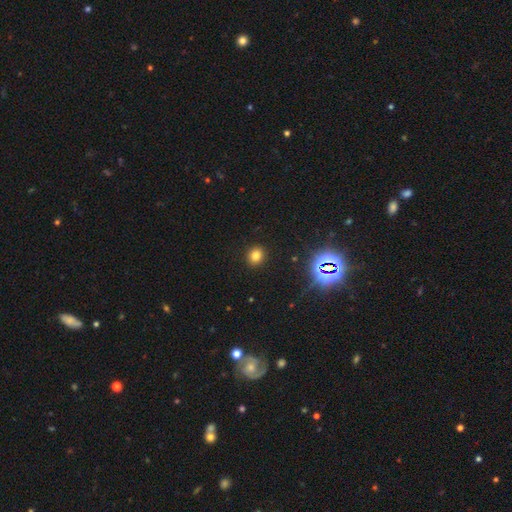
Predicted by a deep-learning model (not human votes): Morphology: type=smooth (76%); roundness=round (74%); merging=none (91%).